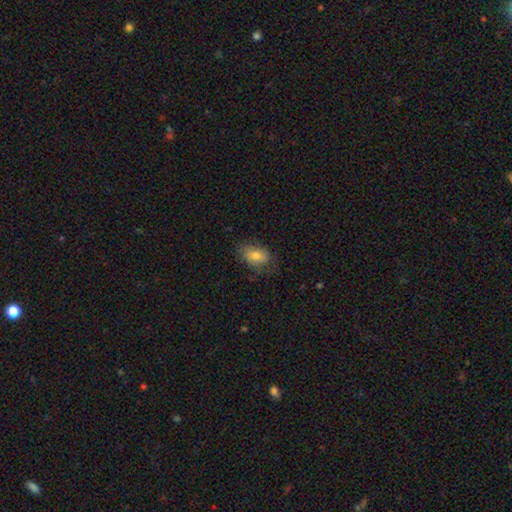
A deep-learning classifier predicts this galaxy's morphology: This appears to be a smooth galaxy with no disk features (73%) that is in between round and cigar-shaped (86%). Merging: none (68%).